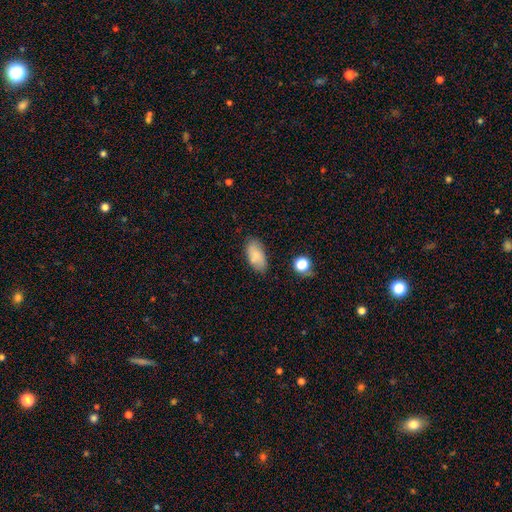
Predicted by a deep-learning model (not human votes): Q: Smooth or featured?
A: smooth (78%); runner-up: featured or disk (14%)
Q: How rounded?
A: in between (93%); runner-up: cigar-shaped (4%)
Q: Merging?
A: none (79%); runner-up: minor disturbance (15%)